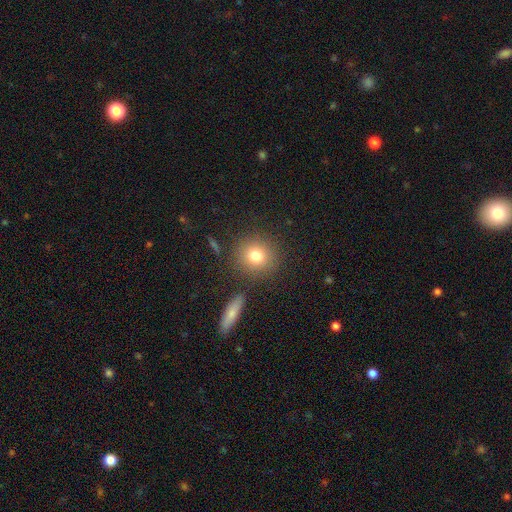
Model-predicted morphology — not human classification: Smooth or featured? Predicted: smooth (p=0.78). How rounded? Predicted: round (p=0.89). Merging? Predicted: none (p=0.84).